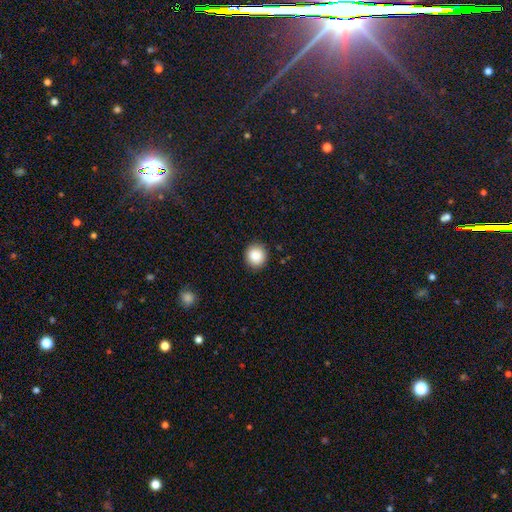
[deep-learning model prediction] Q: Smooth or featured?
A: smooth (88%); runner-up: star or artifact (9%)
Q: How rounded?
A: round (89%); runner-up: in between (10%)
Q: Merging?
A: none (90%); runner-up: minor disturbance (7%)